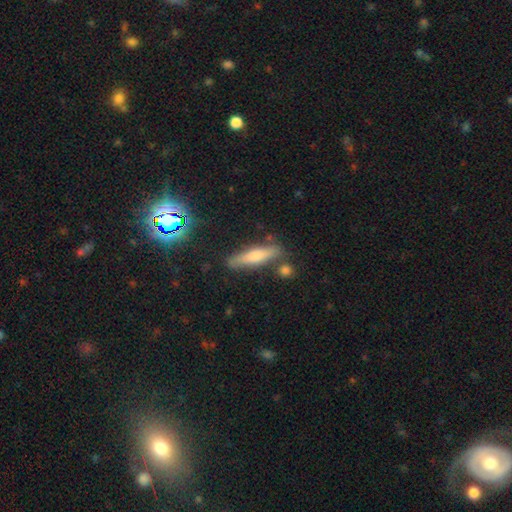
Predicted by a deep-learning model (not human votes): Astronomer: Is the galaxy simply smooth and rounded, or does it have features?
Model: smooth — 54% (runner-up: featured or disk, 34%).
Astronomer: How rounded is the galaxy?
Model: cigar-shaped — 77%.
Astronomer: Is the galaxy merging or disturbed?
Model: none — 79%.